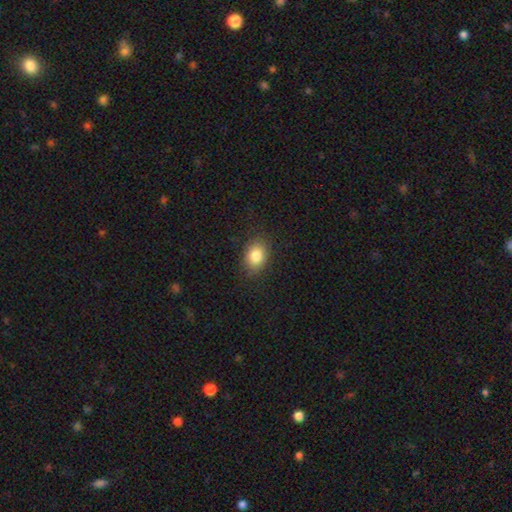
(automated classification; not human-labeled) A smooth galaxy with no disk features (84%) that is in between round and cigar-shaped (71%). Merging: none (84%).